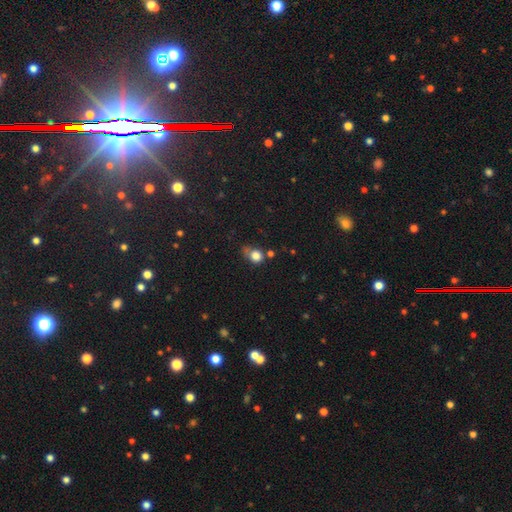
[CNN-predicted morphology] Smooth or featured?
  - smooth: 80% *
  - star or artifact: 13%
  - featured or disk: 7%
How rounded?
  - round: 73% *
  - in between: 26%
  - cigar-shaped: 1%
Merging?
  - none: 49% *
  - minor disturbance: 27%
  - major disturbance: 12%
  - merger: 12%